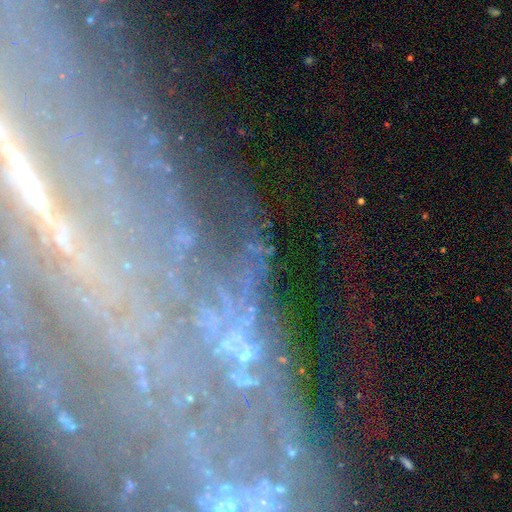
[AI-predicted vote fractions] smooth_or_featured: star or artifact (p=0.44) [alt: featured or disk p=0.42]